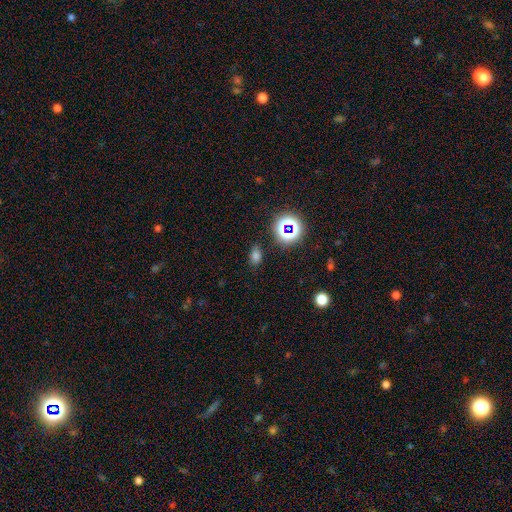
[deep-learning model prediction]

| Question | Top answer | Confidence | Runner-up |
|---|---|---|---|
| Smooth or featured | smooth | 68% | star or artifact (26%) |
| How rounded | in between | 74% | round (24%) |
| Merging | none | 80% | minor disturbance (13%) |